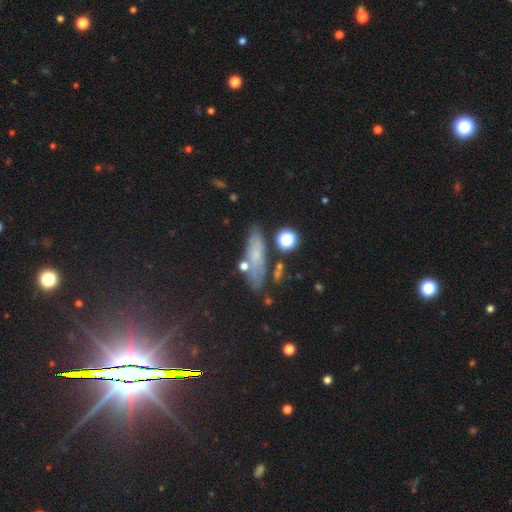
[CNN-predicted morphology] smooth-or-featured: smooth: 54% | featured or disk: 27% | star or artifact: 20%
  how-rounded: cigar-shaped: 52% | in between: 40% | round: 8%
  merging: none: 74% | minor disturbance: 16% | merger: 6% | major disturbance: 5%